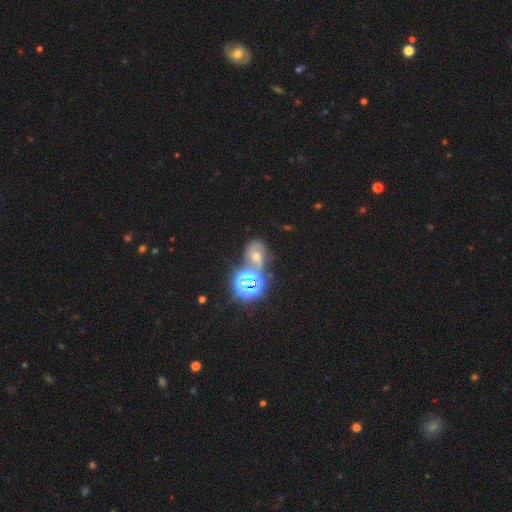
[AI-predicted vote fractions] smooth_or_featured: star or artifact (p=0.50) [alt: featured or disk p=0.25]